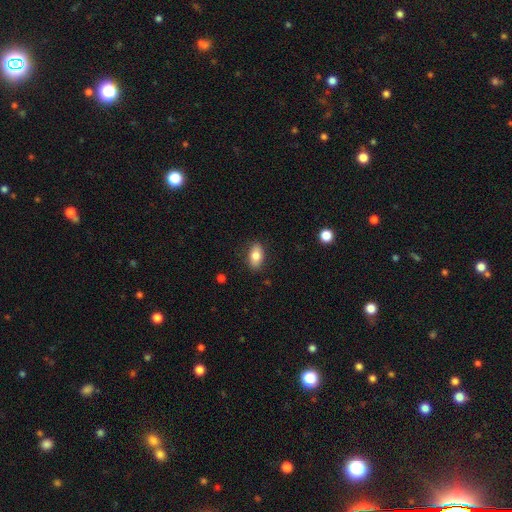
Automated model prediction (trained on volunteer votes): Smooth or featured?
  - smooth: 79% *
  - featured or disk: 13%
  - star or artifact: 7%
How rounded?
  - in between: 88% *
  - round: 7%
  - cigar-shaped: 5%
Merging?
  - none: 85% *
  - minor disturbance: 11%
  - major disturbance: 2%
  - merger: 1%